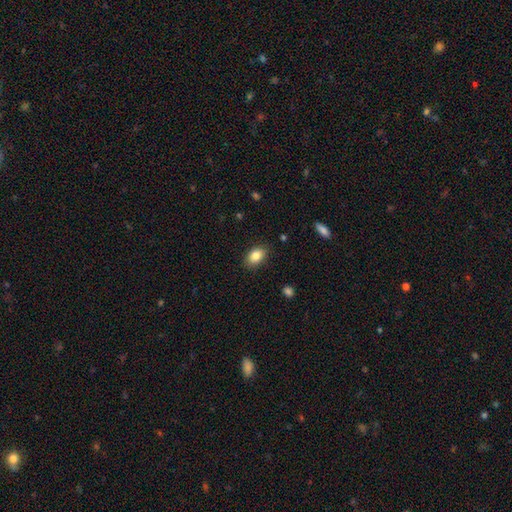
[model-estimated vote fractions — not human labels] smooth-or-featured: smooth: 84% | star or artifact: 8% | featured or disk: 8%
  how-rounded: in between: 85% | round: 14% | cigar-shaped: 1%
  merging: none: 86% | minor disturbance: 11% | major disturbance: 2% | merger: 1%